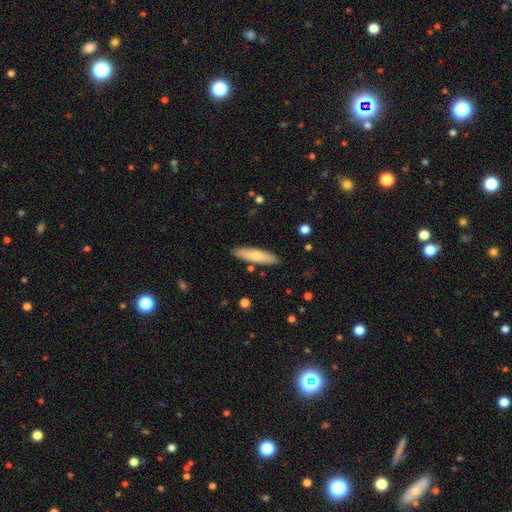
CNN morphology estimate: Smooth or featured? Predicted: smooth (p=0.71). How rounded? Predicted: cigar-shaped (p=0.69). Merging? Predicted: none (p=0.87).